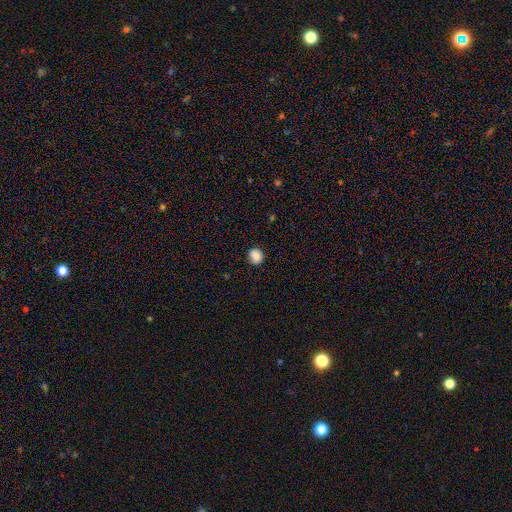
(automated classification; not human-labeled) Smooth or featured?
  - smooth: 87% *
  - star or artifact: 9%
  - featured or disk: 3%
How rounded?
  - round: 80% *
  - in between: 19%
  - cigar-shaped: 1%
Merging?
  - none: 87% *
  - minor disturbance: 10%
  - major disturbance: 2%
  - merger: 1%